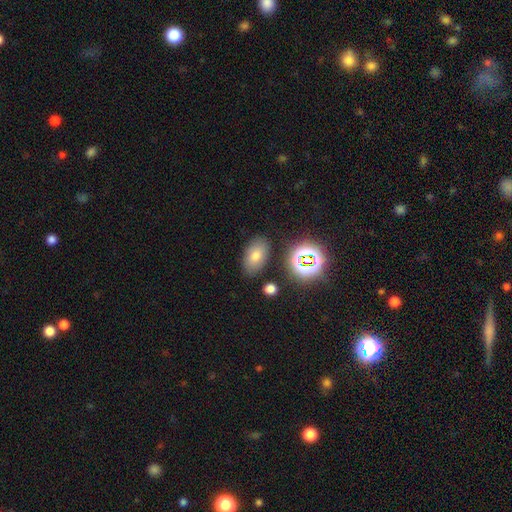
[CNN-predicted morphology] Q: Smooth or featured?
A: smooth (66%); runner-up: star or artifact (19%)
Q: How rounded?
A: in between (88%); runner-up: round (10%)
Q: Merging?
A: none (83%); runner-up: minor disturbance (10%)